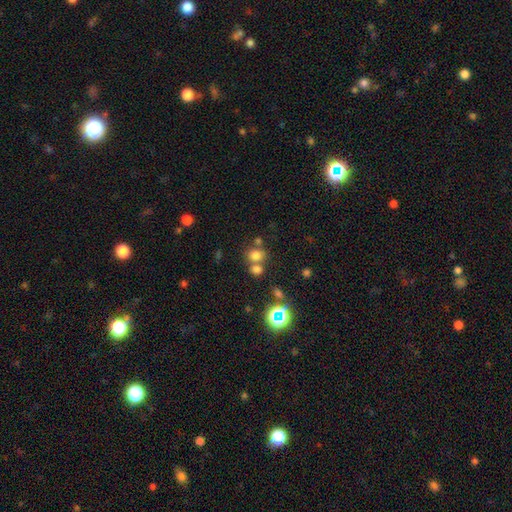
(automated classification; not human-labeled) smooth_or_featured: smooth (p=0.69) [alt: star or artifact p=0.22]
how_rounded: round (p=0.65) [alt: in between p=0.33]
merging: none (p=0.51) [alt: merger p=0.36]